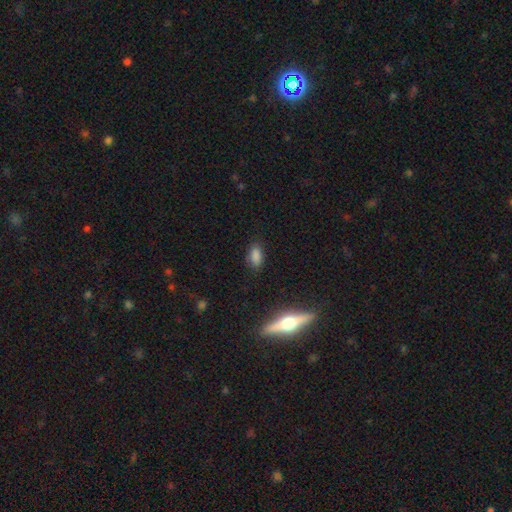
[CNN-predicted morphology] Q: Smooth or featured?
A: smooth (83%); runner-up: star or artifact (12%)
Q: How rounded?
A: in between (89%); runner-up: cigar-shaped (6%)
Q: Merging?
A: none (80%); runner-up: minor disturbance (15%)